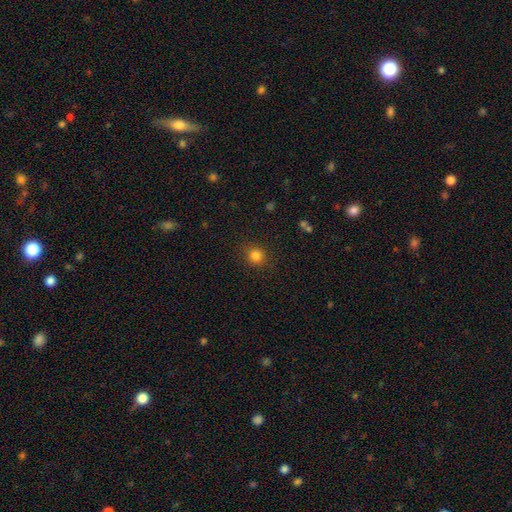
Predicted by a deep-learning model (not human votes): A smooth galaxy with no disk features (83%) that is round (91%). Merging: none (89%).